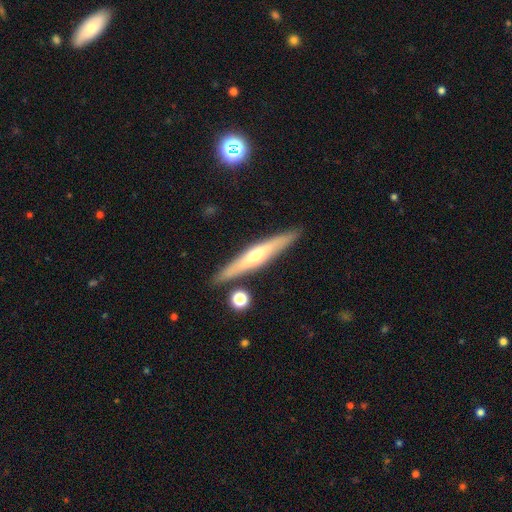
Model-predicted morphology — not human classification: This appears to be a featured or disk galaxy (67%) viewed edge-on (95%) with a rounded central bulge (83%). Merging: none (87%).